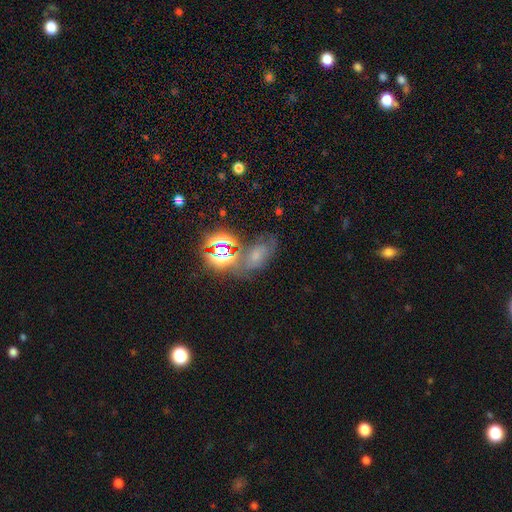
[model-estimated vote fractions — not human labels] smooth-or-featured: star or artifact: 41% | smooth: 37% | featured or disk: 23%